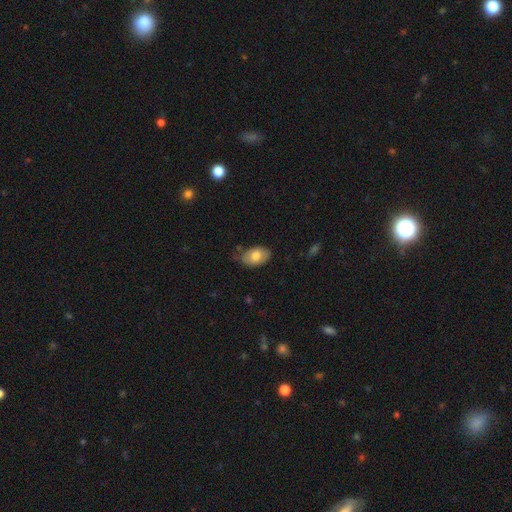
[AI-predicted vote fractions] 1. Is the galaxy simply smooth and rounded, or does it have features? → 75% smooth, 18% featured or disk, 7% star or artifact.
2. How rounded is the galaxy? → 91% in between, 8% round, 1% cigar-shaped.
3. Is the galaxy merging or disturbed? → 67% none, 26% minor disturbance, 5% major disturbance, 2% merger.